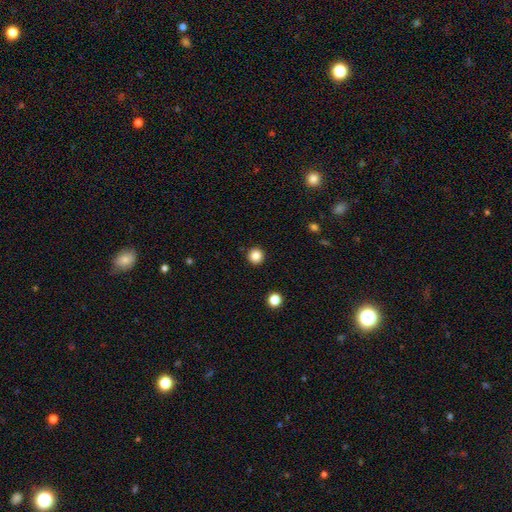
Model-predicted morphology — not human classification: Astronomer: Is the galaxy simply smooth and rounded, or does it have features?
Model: smooth — 85%.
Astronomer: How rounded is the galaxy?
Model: round — 96%.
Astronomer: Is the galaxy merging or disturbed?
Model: none — 93%.